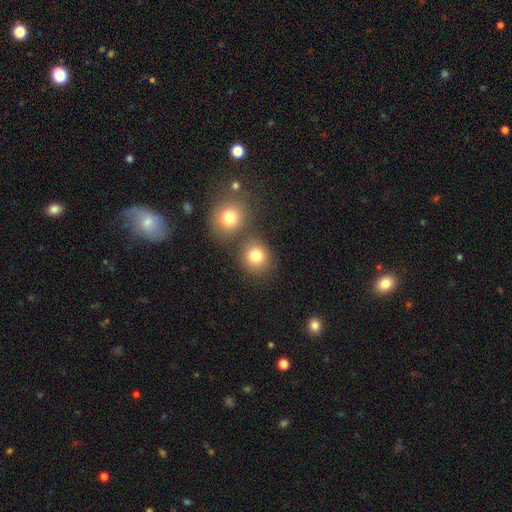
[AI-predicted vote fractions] Smooth or featured? smooth (80%)
How rounded? round (81%)
Merging? none (66%)